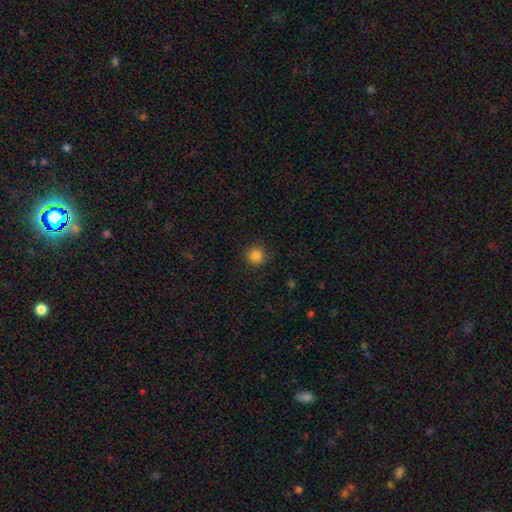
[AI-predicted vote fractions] Smooth or featured?
  - smooth: 85% *
  - star or artifact: 12%
  - featured or disk: 3%
How rounded?
  - round: 94% *
  - in between: 6%
  - cigar-shaped: 1%
Merging?
  - none: 90% *
  - minor disturbance: 7%
  - major disturbance: 2%
  - merger: 1%